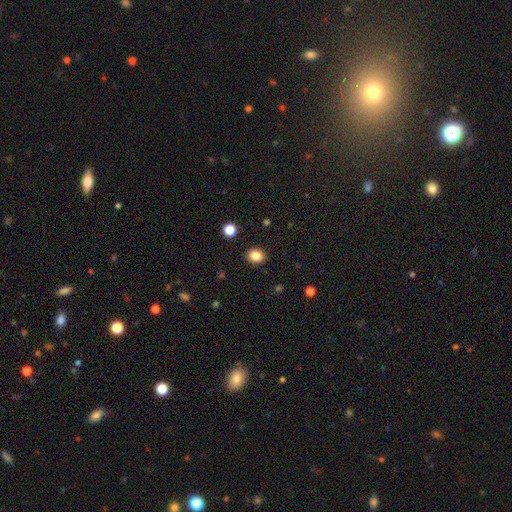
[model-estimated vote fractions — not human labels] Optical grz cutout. It shows a smooth galaxy with no disk features (86%) that is round (58%). Merging: none (90%).